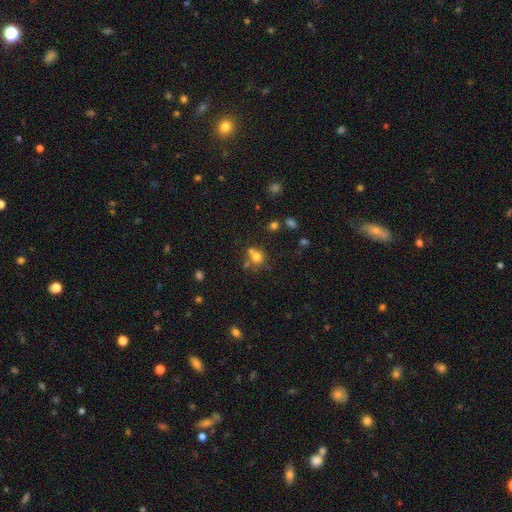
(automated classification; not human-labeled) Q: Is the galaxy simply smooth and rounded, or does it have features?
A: smooth — 70%.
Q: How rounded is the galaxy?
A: round — 75%.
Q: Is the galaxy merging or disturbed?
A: none — 45%.